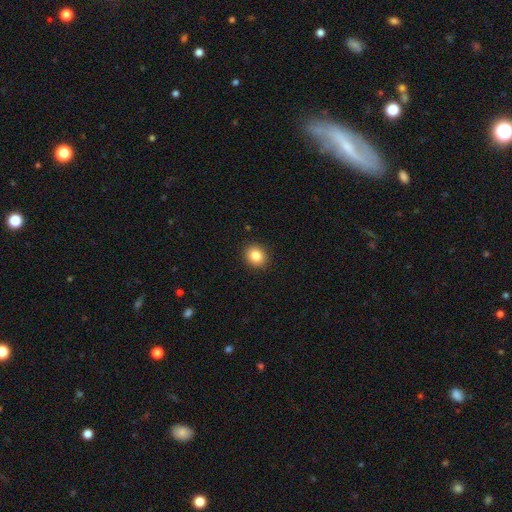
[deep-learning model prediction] smooth-or-featured: smooth: 85% | star or artifact: 10% | featured or disk: 6%
  how-rounded: round: 73% | in between: 26% | cigar-shaped: 1%
  merging: none: 91% | minor disturbance: 6% | major disturbance: 2% | merger: 1%